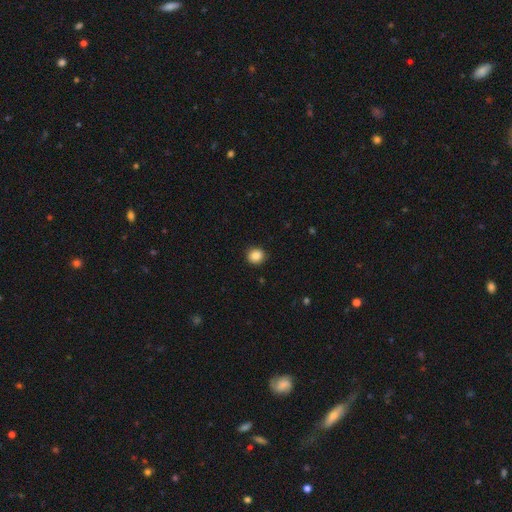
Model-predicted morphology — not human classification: smooth 87%, star or artifact 10%, featured or disk 3%. Down the decision tree: how rounded — round (89%); merging — none (90%).